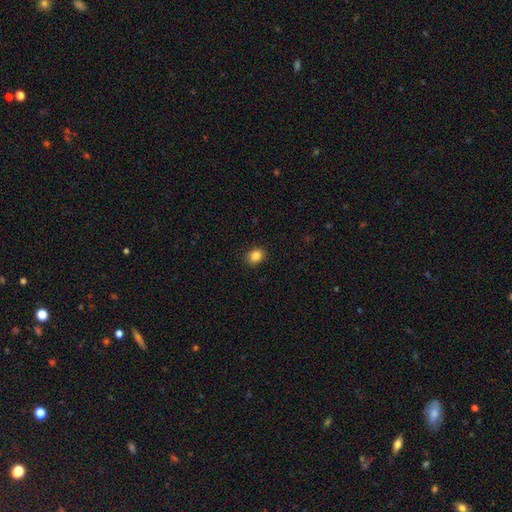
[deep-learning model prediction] A smooth galaxy with no disk features (85%) that is round (52%).

Vote fractions:
- Smooth or featured? smooth: 85% / star or artifact: 10% / featured or disk: 4%
- How rounded? round: 52% / in between: 47% / cigar-shaped: 1%
- Merging? none: 88% / minor disturbance: 9% / major disturbance: 2% / merger: 1%